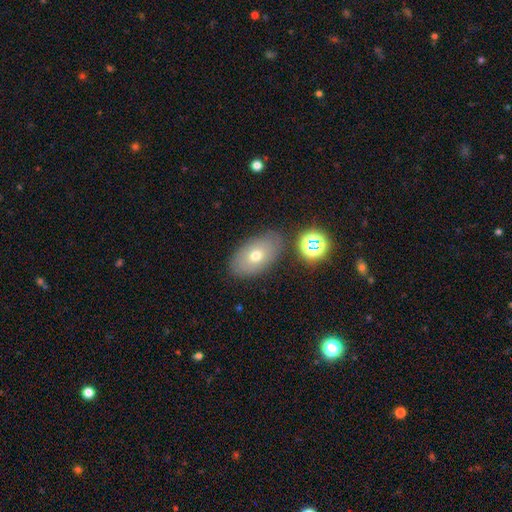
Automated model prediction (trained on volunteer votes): Morphology: type=smooth (68%); roundness=in between (89%); merging=none (79%).